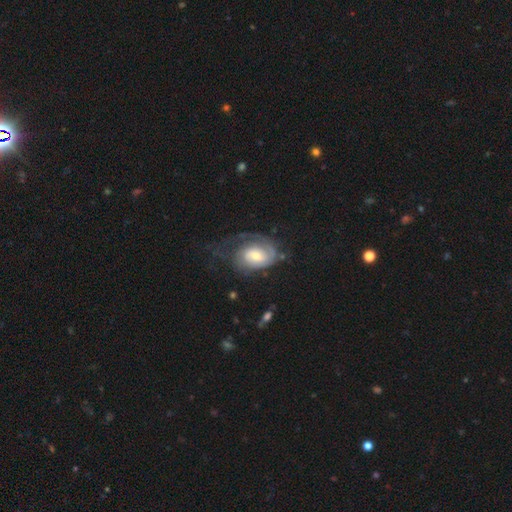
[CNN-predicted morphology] smooth-or-featured: featured or disk: 77% | smooth: 18% | star or artifact: 5%
  disk-edge-on: no: 97% | yes: 3%
    bar: no: 51% | weak: 40% | strong: 8%
    has-spiral-arms: yes: 91% | no: 9%
      spiral-winding: tight: 57% | medium: 29% | loose: 14%
      spiral-arm-count: 1: 34% | 2: 29% | can't tell: 26% | 3: 6% | 4: 2% | more than 4: 2%
    bulge-size: moderate: 52% | small: 37% | large: 8% | none: 2% | dominant: 1%
  merging: none: 45% | major disturbance: 32% | minor disturbance: 21% | merger: 2%